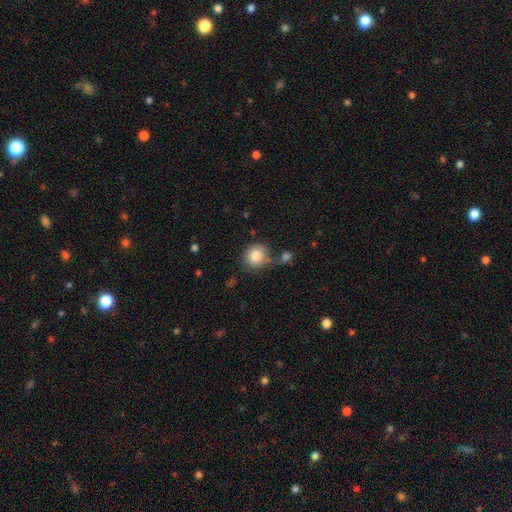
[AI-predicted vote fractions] smooth 84%, star or artifact 9%, featured or disk 7%. Down the decision tree: how rounded — round (78%); merging — none (64%).